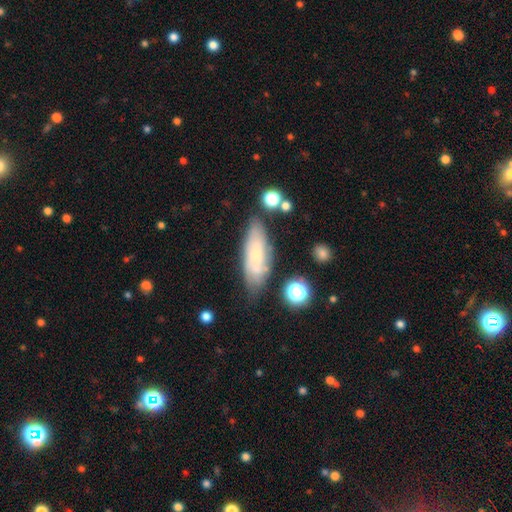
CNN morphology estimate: smooth_or_featured: smooth (p=0.54) [alt: featured or disk p=0.38]
how_rounded: in between (p=0.64) [alt: cigar-shaped p=0.33]
merging: none (p=0.64) [alt: minor disturbance p=0.23]